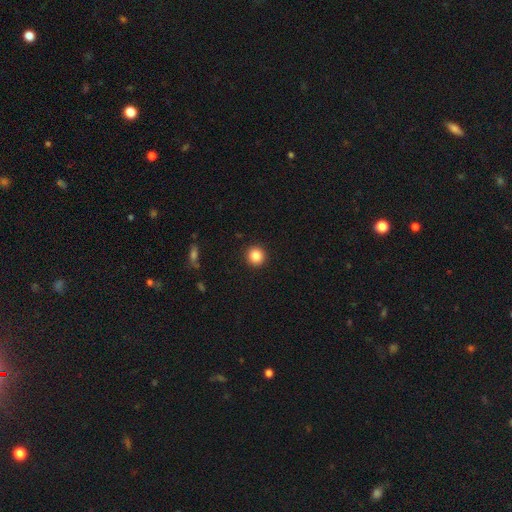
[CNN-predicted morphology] type=smooth (85%); roundness=round (94%); merging=none (93%).